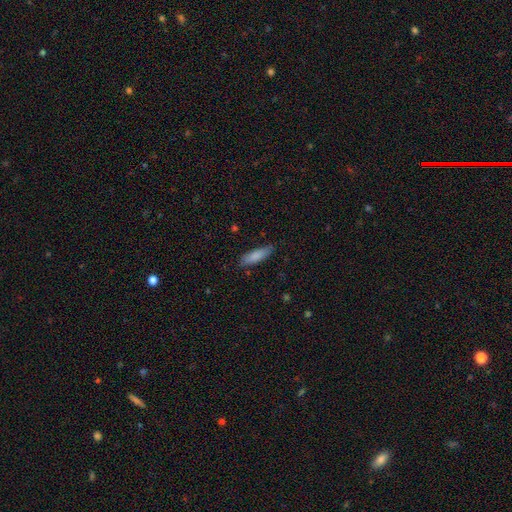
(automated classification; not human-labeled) This appears to be a smooth galaxy with no disk features (84%) that is cigar-shaped (55%). Merging: none (82%).